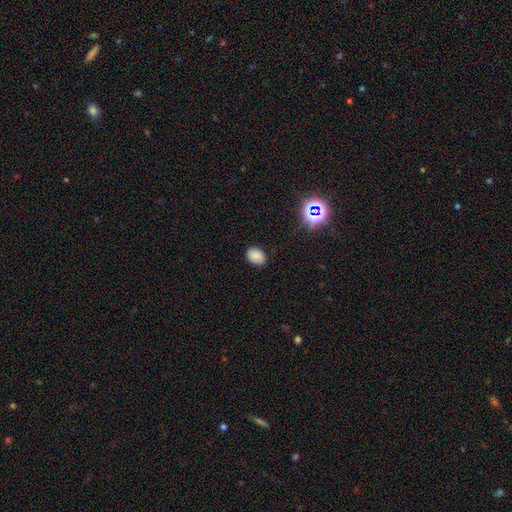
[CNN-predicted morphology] This appears to be a smooth galaxy with no disk features (82%) that is in between round and cigar-shaped (75%). Merging: none (84%).